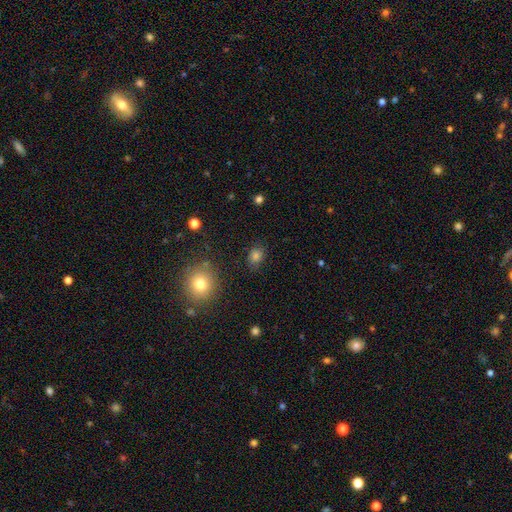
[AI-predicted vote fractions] Smooth or featured?
  - smooth: 78% *
  - star or artifact: 16%
  - featured or disk: 6%
How rounded?
  - round: 50% *
  - in between: 48%
  - cigar-shaped: 1%
Merging?
  - none: 82% *
  - minor disturbance: 12%
  - major disturbance: 4%
  - merger: 2%